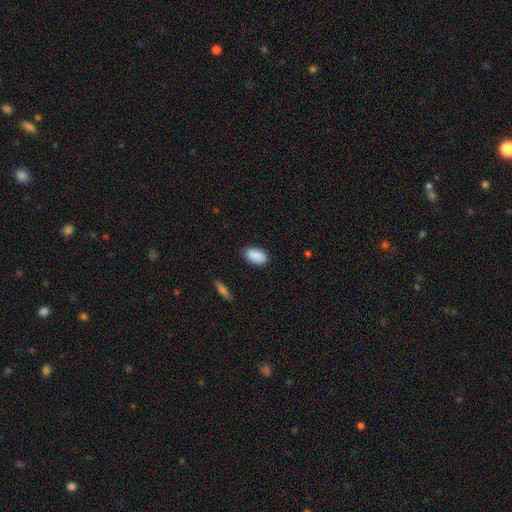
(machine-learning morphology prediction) Q: Smooth or featured?
A: smooth (90%); runner-up: star or artifact (7%)
Q: How rounded?
A: in between (93%); runner-up: round (6%)
Q: Merging?
A: none (86%); runner-up: minor disturbance (10%)